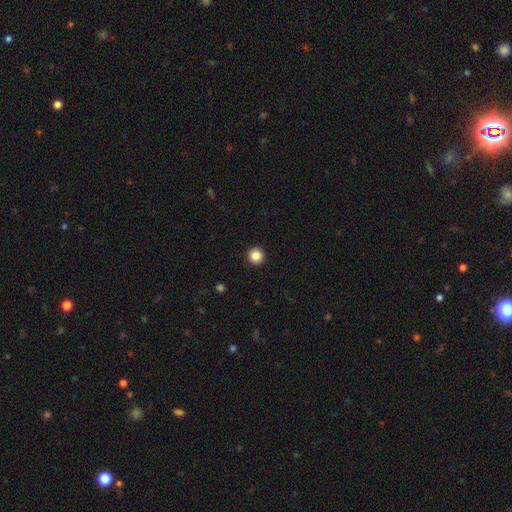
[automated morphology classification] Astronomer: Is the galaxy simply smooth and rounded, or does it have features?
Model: smooth — 86%.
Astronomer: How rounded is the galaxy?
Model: round — 96%.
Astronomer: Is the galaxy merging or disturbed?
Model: none — 94%.